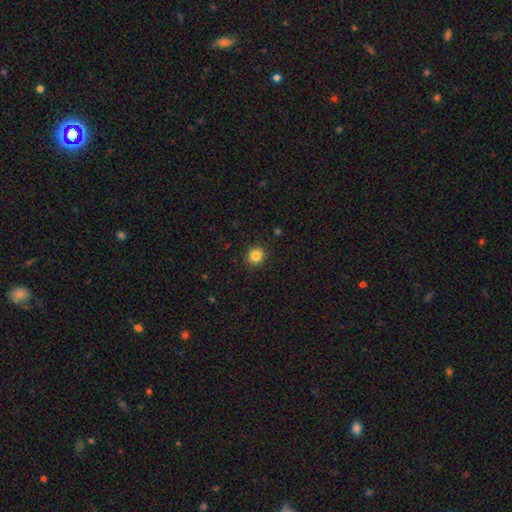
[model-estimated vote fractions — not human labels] The model was most divided on "smooth or featured": smooth: 84%, star or artifact: 11%, featured or disk: 5%. More confident: merging — none (92%); how rounded — round (88%).